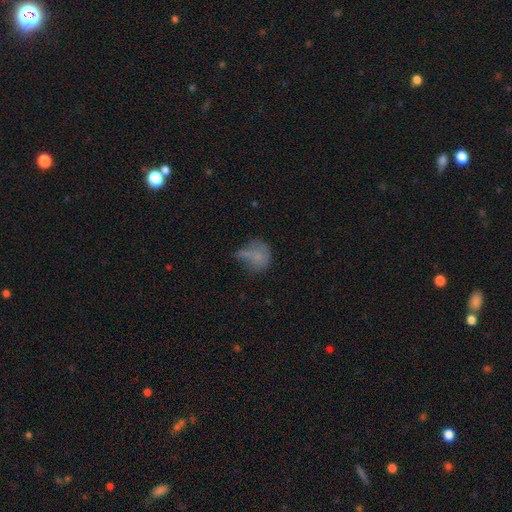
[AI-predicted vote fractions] This appears to be a smooth galaxy with no disk features (61%) that is round (60%). Merging: none (35%).